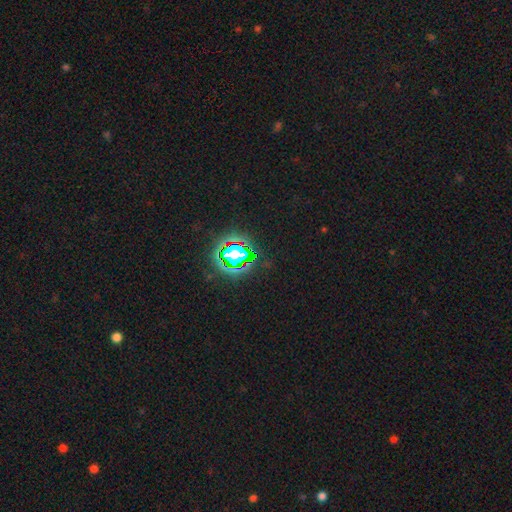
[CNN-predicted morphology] This is clearly a star or artifact rather than a galaxy (82%).